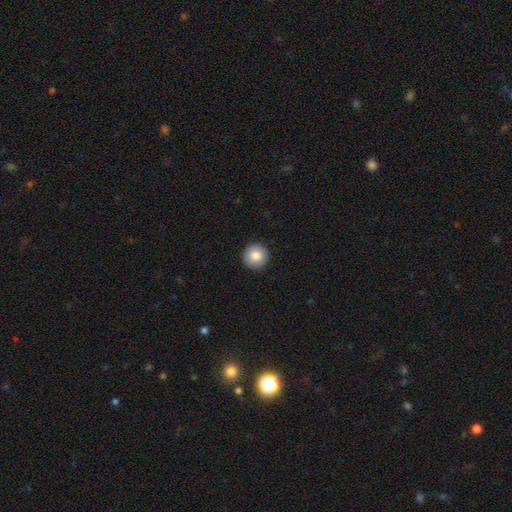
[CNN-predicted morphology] Overall: smooth (84%). How rounded: round (95%). Merging: none (92%).